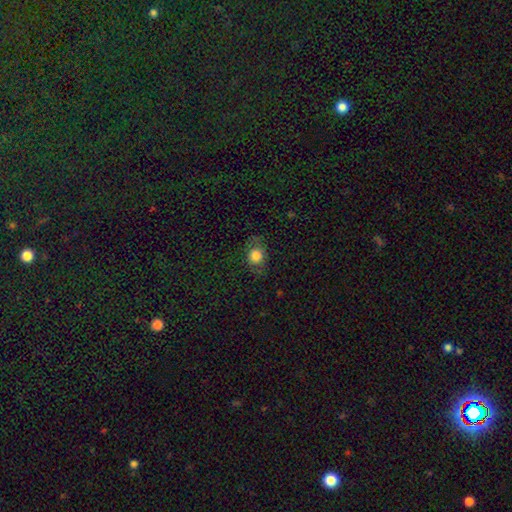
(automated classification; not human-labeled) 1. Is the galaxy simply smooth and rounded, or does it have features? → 76% smooth, 13% featured or disk, 11% star or artifact.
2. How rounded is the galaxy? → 64% round, 34% in between, 2% cigar-shaped.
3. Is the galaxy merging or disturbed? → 74% none, 18% minor disturbance, 8% major disturbance, 1% merger.